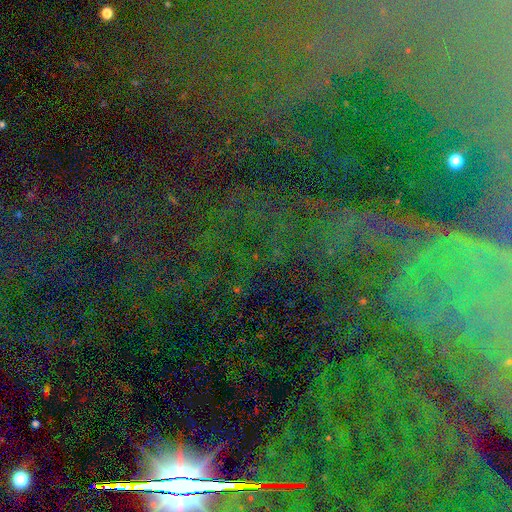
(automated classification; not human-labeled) Morphology: type=star or artifact (77%).